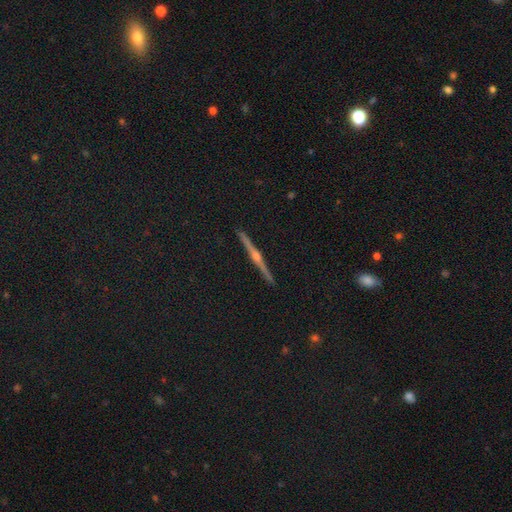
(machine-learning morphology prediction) The model was most divided on "smooth or featured": featured or disk: 62%, star or artifact: 22%, smooth: 16%. More confident: edge-on disk — yes (95%); merging — none (91%); edge-on bulge — rounded (84%).